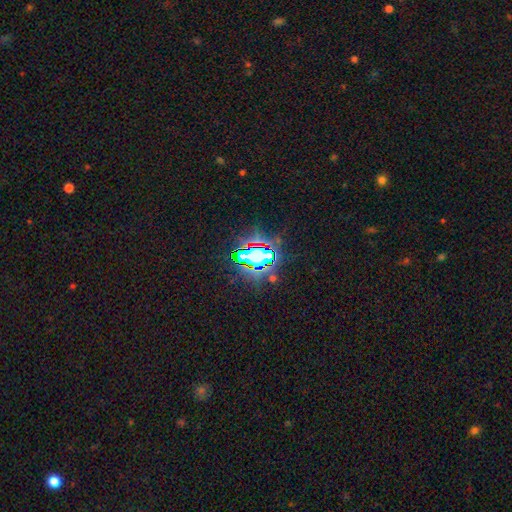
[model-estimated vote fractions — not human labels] This appears to be a star or artifact, not a galaxy (67%).